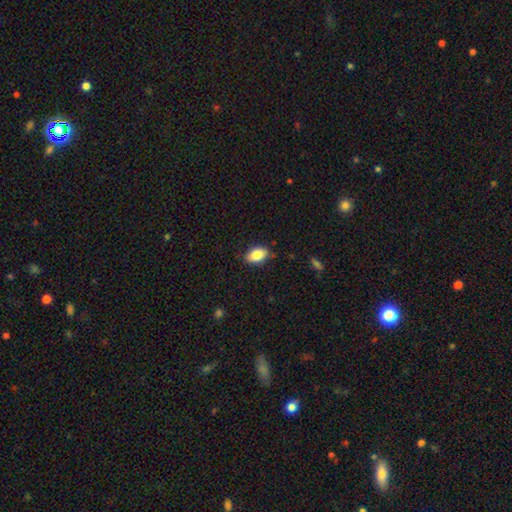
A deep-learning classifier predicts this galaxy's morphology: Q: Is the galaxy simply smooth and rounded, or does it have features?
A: smooth — 85%.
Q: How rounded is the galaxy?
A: in between — 89%.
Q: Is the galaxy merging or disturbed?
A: none — 83%.